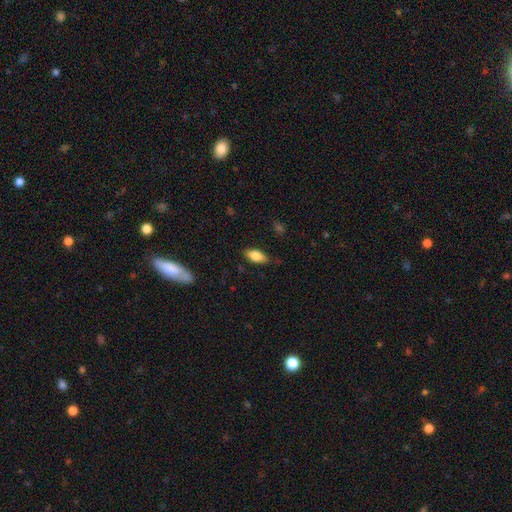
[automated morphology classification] A smooth galaxy with no disk features (79%) that is in between round and cigar-shaped (86%). Merging: none (77%).